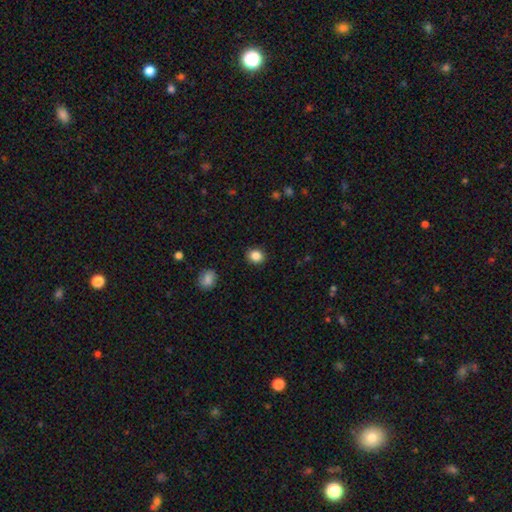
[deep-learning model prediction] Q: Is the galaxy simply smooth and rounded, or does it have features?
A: smooth — 86%.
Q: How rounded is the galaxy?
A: round — 74%.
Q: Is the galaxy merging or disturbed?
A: none — 90%.